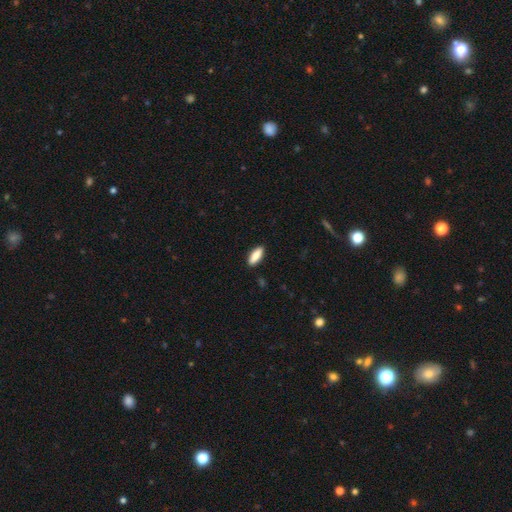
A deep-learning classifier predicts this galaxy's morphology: Smooth or featured?
  - smooth: 84% *
  - featured or disk: 10%
  - star or artifact: 6%
How rounded?
  - in between: 68% *
  - cigar-shaped: 30%
  - round: 2%
Merging?
  - none: 89% *
  - minor disturbance: 8%
  - major disturbance: 2%
  - merger: 1%